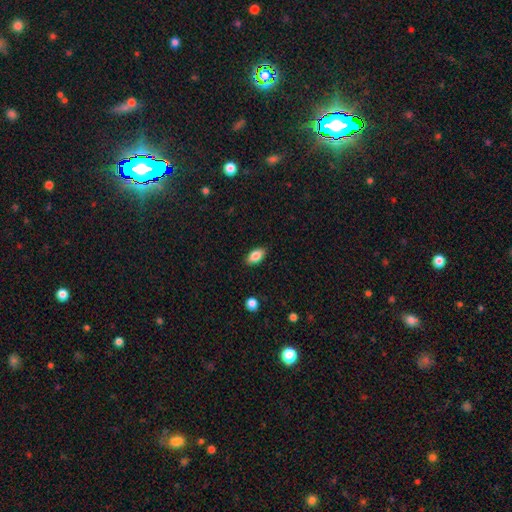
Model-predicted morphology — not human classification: Q: Smooth or featured?
A: smooth (85%); runner-up: featured or disk (8%)
Q: How rounded?
A: in between (91%); runner-up: cigar-shaped (5%)
Q: Merging?
A: none (87%); runner-up: minor disturbance (9%)